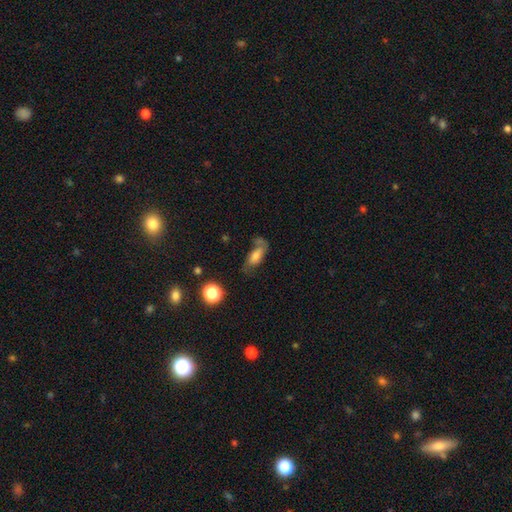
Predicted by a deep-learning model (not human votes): Smooth or featured: smooth — 50% (featured or disk — 39%)
Merging: none — 45% (minor disturbance — 25%)